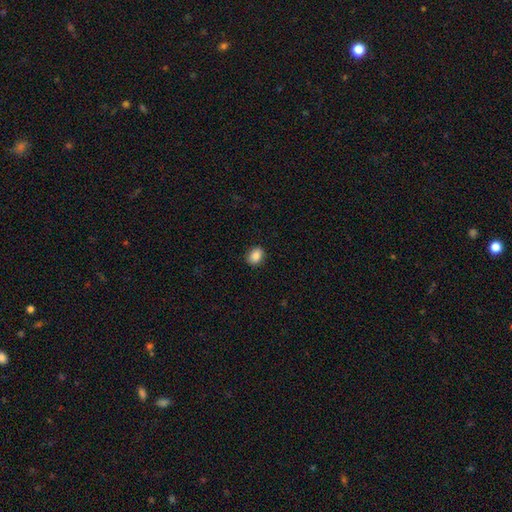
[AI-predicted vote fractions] This appears to be a smooth galaxy with no disk features (87%) that is in between round and cigar-shaped (56%). Merging: none (88%).